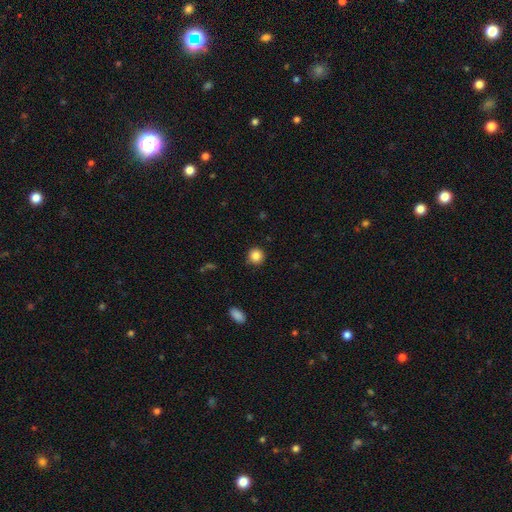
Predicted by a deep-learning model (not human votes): A smooth galaxy with no disk features (85%) that is round (93%).

Vote fractions:
- Smooth or featured? smooth: 85% / star or artifact: 10% / featured or disk: 4%
- How rounded? round: 93% / in between: 6% / cigar-shaped: 1%
- Merging? none: 89% / minor disturbance: 7% / major disturbance: 2% / merger: 1%